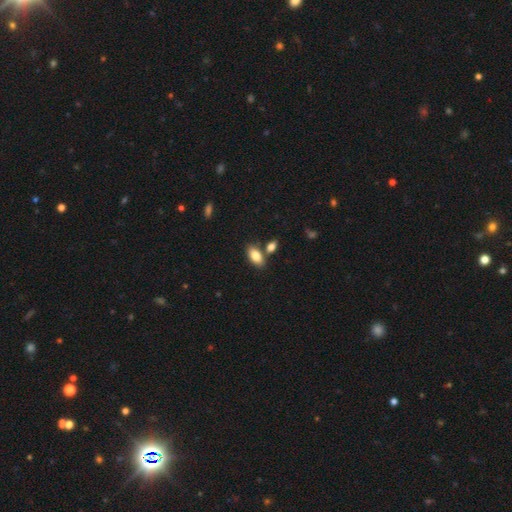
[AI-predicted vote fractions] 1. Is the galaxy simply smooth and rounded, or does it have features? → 84% smooth, 9% featured or disk, 7% star or artifact.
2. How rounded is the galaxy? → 91% in between, 5% cigar-shaped, 4% round.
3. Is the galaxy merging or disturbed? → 69% none, 18% merger, 11% minor disturbance, 3% major disturbance.